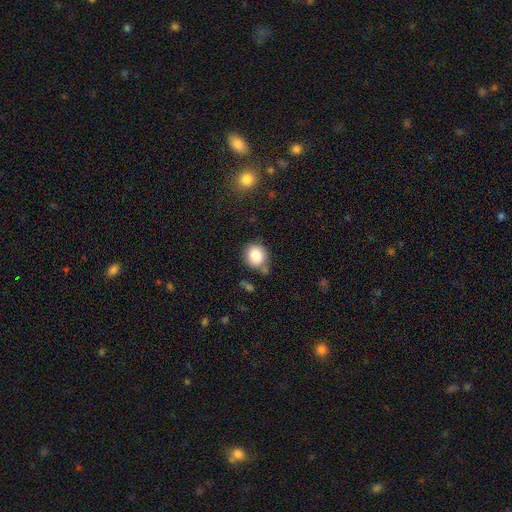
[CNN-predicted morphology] Smooth or featured?
  - smooth: 86% *
  - star or artifact: 9%
  - featured or disk: 5%
How rounded?
  - round: 76% *
  - in between: 23%
  - cigar-shaped: 1%
Merging?
  - none: 70% *
  - minor disturbance: 18%
  - merger: 7%
  - major disturbance: 5%